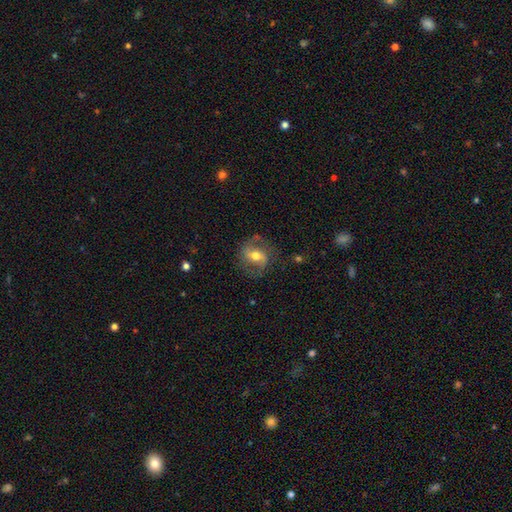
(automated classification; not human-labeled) A featured or disk galaxy (66%) with a weak bar (41%), 2 (84%) medium (47%) spiral arms (82%) and a moderate central bulge (70%).

Vote fractions:
- Smooth or featured? featured or disk: 66% / smooth: 26% / star or artifact: 8%
- Edge-on disk? no: 95% / yes: 5%
- Bar? weak: 41% / strong: 32% / no: 26%
- Spiral arms? yes: 82% / no: 18%
- Spiral winding? medium: 47% / loose: 33% / tight: 20%
- Spiral arm count? 2: 84% / can't tell: 8% / 1: 5% / 3: 1% / 4: 1% / more than 4: 1%
- Bulge size? moderate: 70% / small: 18% / large: 10% / dominant: 1% / none: 1%
- Merging? none: 71% / minor disturbance: 17% / major disturbance: 10% / merger: 2%